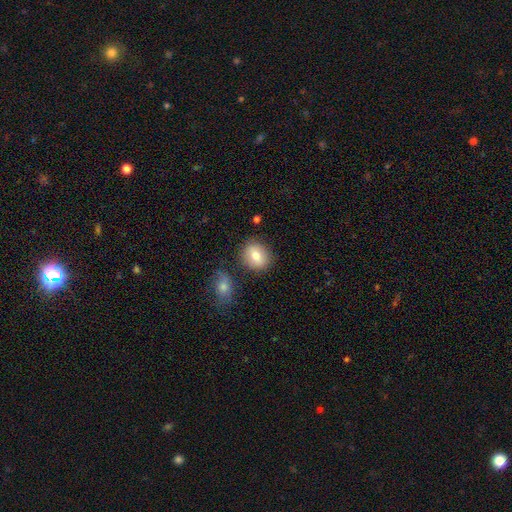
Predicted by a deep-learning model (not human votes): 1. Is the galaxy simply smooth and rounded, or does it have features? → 76% smooth, 15% featured or disk, 9% star or artifact.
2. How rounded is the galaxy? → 69% round, 30% in between, 1% cigar-shaped.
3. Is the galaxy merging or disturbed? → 81% none, 10% minor disturbance, 6% merger, 3% major disturbance.